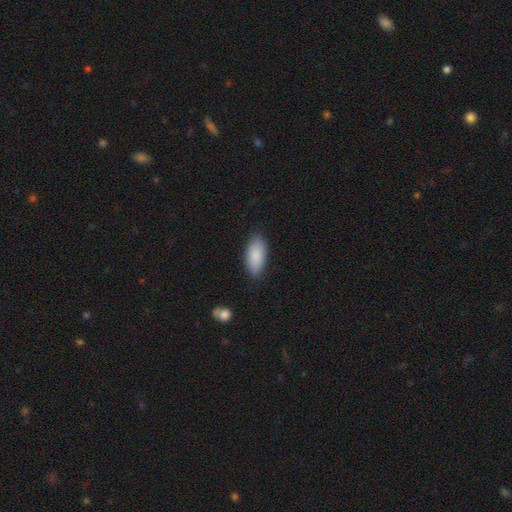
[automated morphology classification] The model was most divided on "merging": none: 84%, minor disturbance: 12%, major disturbance: 3%, merger: 1%. More confident: how rounded — in between (91%); smooth or featured — smooth (87%).